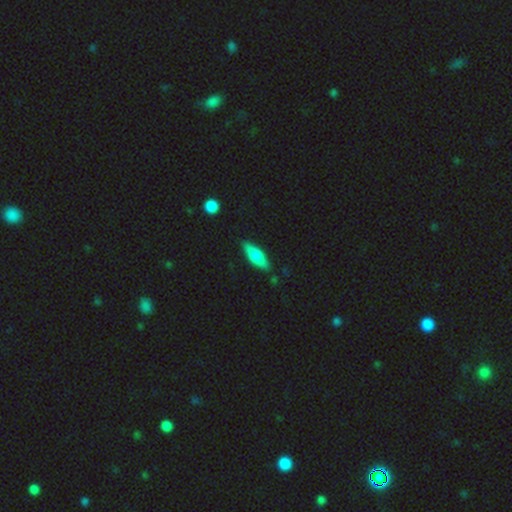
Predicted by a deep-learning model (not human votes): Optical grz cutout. It shows a smooth galaxy with no disk features (61%) that is in between round and cigar-shaped (51%). Merging: none (84%).